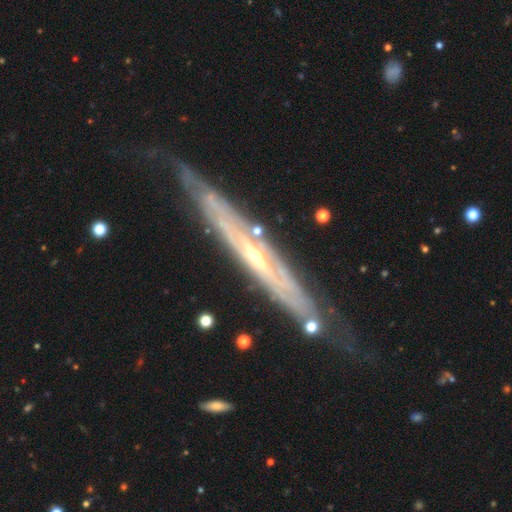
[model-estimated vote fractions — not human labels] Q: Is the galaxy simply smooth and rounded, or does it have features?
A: featured or disk — 85%.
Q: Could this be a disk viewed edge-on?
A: yes — 66%.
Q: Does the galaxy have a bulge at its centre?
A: rounded — 56%.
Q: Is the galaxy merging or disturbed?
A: none — 67%.